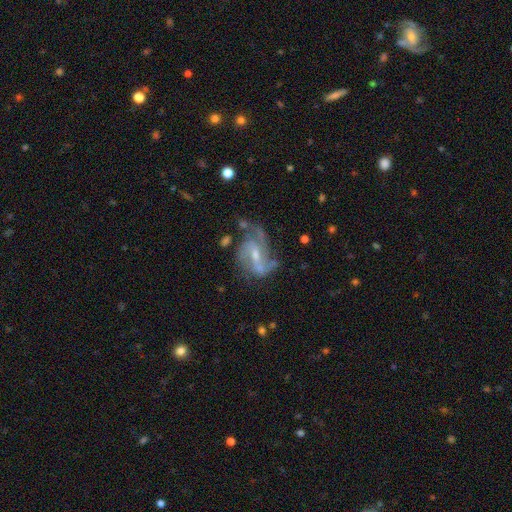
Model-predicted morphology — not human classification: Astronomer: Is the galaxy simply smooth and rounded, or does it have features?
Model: featured or disk — 84%.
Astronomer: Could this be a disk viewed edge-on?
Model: no — 97%.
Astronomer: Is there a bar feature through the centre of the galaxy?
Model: weak — 49% (runner-up: strong, 28%).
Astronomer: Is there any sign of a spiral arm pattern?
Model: yes — 93%.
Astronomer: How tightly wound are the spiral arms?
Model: medium — 48% (runner-up: loose, 30%).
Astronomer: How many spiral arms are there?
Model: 2 — 42% (runner-up: 3, 28%).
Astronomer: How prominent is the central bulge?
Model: small — 50% (runner-up: moderate, 41%).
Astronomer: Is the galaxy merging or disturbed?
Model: none — 48% (runner-up: minor disturbance, 23%).